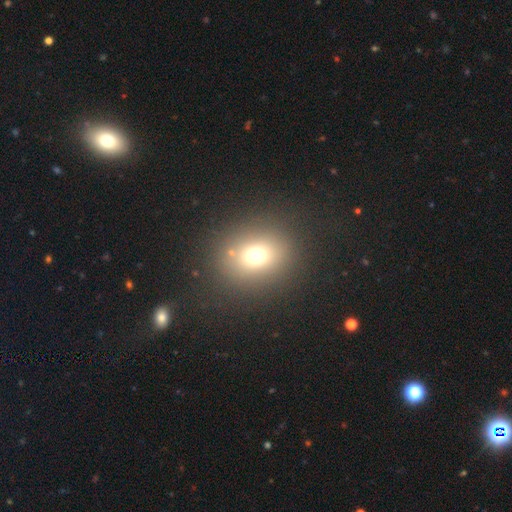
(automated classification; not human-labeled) A smooth galaxy with no disk features (69%) that is round (72%). Merging: none (85%).